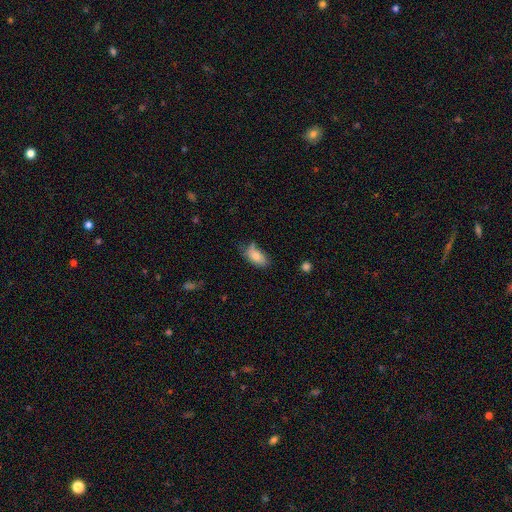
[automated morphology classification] smooth-or-featured: smooth: 80% | featured or disk: 13% | star or artifact: 8%
  how-rounded: in between: 92% | cigar-shaped: 5% | round: 4%
  merging: none: 53% | minor disturbance: 32% | major disturbance: 9% | merger: 5%